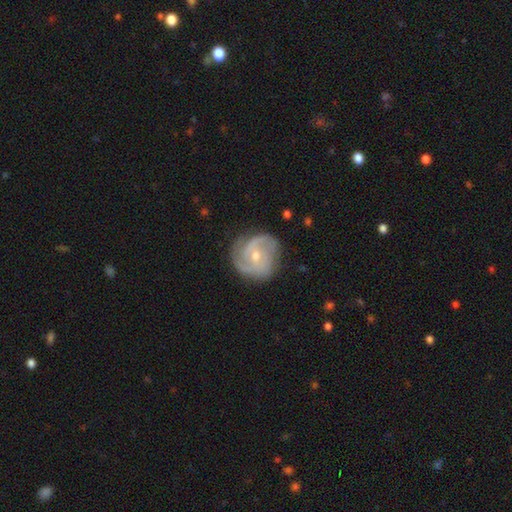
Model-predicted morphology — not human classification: smooth_or_featured: featured or disk (p=0.83) [alt: smooth p=0.12]
disk_edge_on: no (p=0.98) [alt: yes p=0.02]
bar: no (p=0.48) [alt: weak p=0.42]
has_spiral_arms: yes (p=0.95) [alt: no p=0.05]
spiral_winding: medium (p=0.44) [alt: tight p=0.42]
spiral_arm_count: 2 (p=0.48) [alt: 3 p=0.25]
bulge_size: small (p=0.52) [alt: moderate p=0.45]
merging: none (p=0.73) [alt: minor disturbance p=0.19]